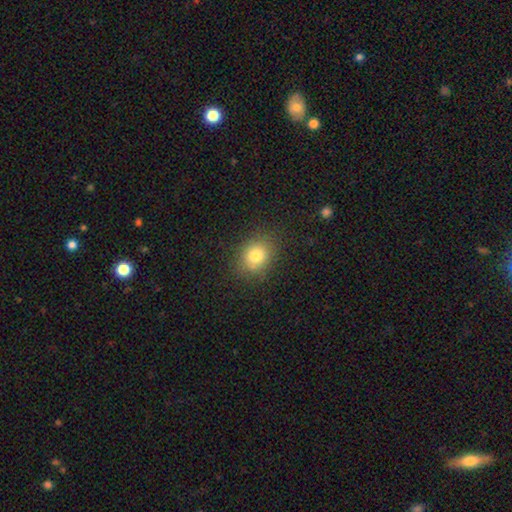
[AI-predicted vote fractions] Overall: smooth (79%). How rounded: round (60%; in between 39%). Merging: none (83%).